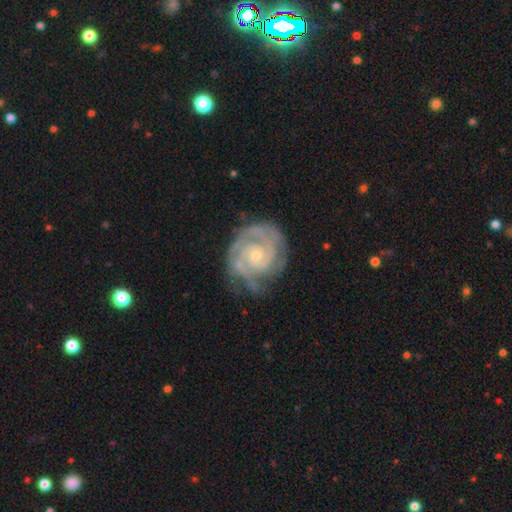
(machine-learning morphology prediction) A featured or disk galaxy (91%) with no bar (72%), 2 (51%) tight (76%) spiral arms (98%) and a small central bulge (67%). Merging: none (69%).